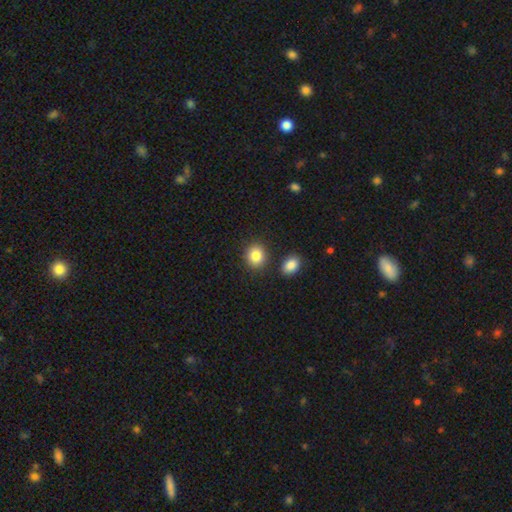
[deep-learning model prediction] This is clearly a smooth galaxy (86%). How rounded: likely round (70%). Merging: clearly none (82%).